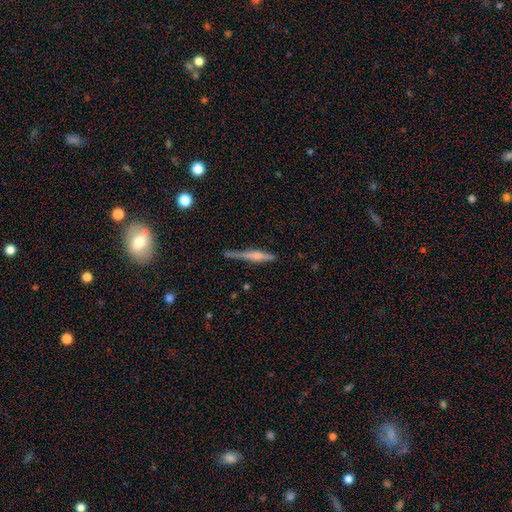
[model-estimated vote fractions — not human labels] This appears to be a featured or disk galaxy (57%) viewed edge-on (97%) with a rounded central bulge (58%). Merging: none (71%).